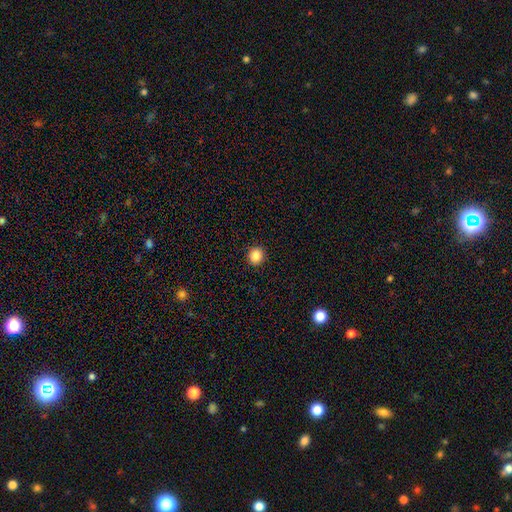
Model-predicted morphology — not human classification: smooth_or_featured: smooth (p=0.87) [alt: star or artifact p=0.10]
how_rounded: round (p=0.81) [alt: in between p=0.18]
merging: none (p=0.91) [alt: minor disturbance p=0.06]